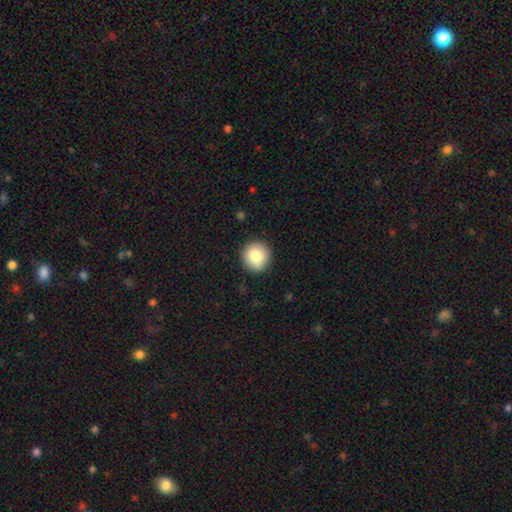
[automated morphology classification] smooth-or-featured: smooth: 83% | star or artifact: 8% | featured or disk: 8%
  how-rounded: round: 93% | in between: 6% | cigar-shaped: 1%
  merging: none: 90% | minor disturbance: 7% | major disturbance: 2% | merger: 1%